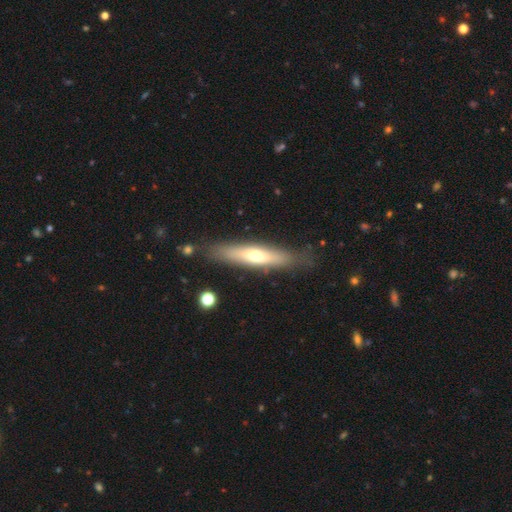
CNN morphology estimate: Q: Smooth or featured?
A: smooth (49%); runner-up: featured or disk (45%)
Q: Merging?
A: none (83%); runner-up: minor disturbance (11%)